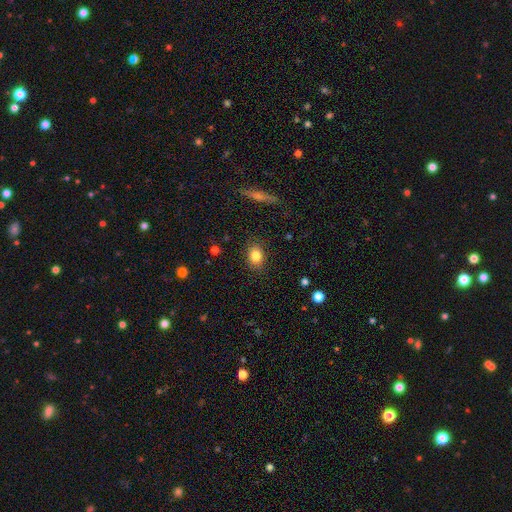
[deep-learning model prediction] A smooth galaxy with no disk features (84%) that is in between round and cigar-shaped (64%). Merging: none (85%).